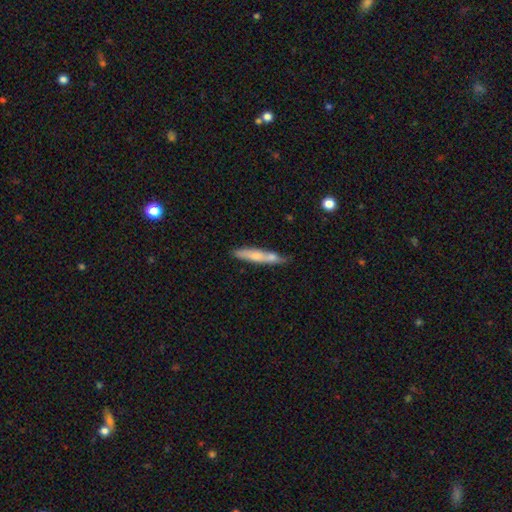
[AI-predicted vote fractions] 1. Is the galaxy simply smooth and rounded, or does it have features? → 63% smooth, 31% featured or disk, 6% star or artifact.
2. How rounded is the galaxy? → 87% cigar-shaped, 11% in between, 2% round.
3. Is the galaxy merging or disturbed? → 57% none, 20% minor disturbance, 19% merger, 5% major disturbance.